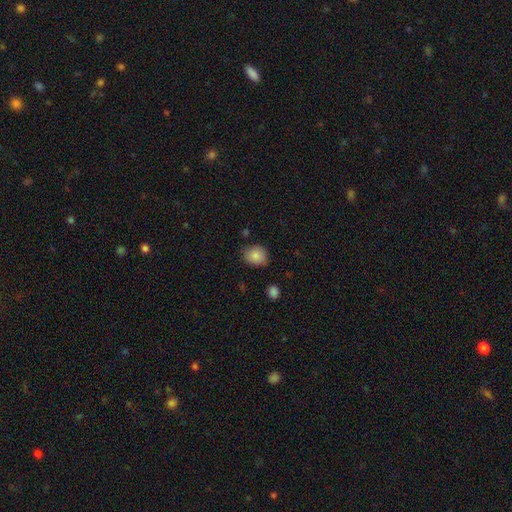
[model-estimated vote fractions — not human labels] Smooth or featured: smooth — 87% (star or artifact — 8%)
How rounded: round — 61% (in between — 38%)
Merging: none — 78% (minor disturbance — 17%)